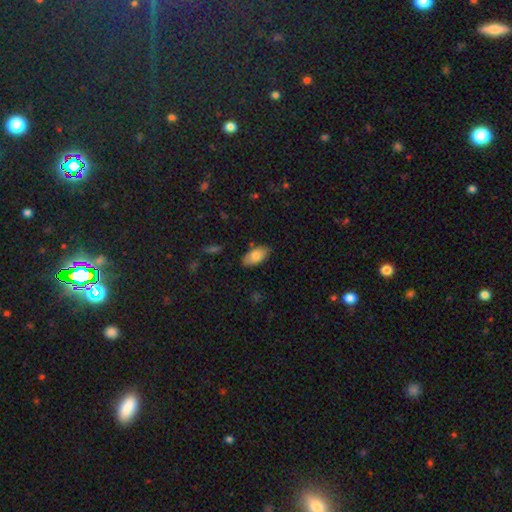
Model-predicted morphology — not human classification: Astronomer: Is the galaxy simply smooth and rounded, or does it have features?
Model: smooth — 80%.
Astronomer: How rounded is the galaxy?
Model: in between — 94%.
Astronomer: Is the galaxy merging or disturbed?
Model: none — 83%.